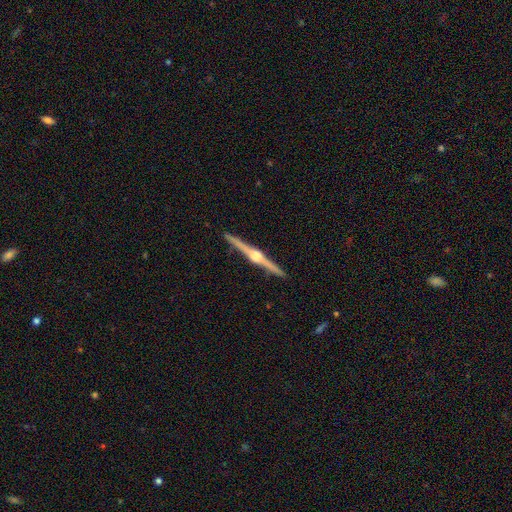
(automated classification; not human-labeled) Q: Smooth or featured?
A: featured or disk (89%); runner-up: smooth (7%)
Q: Edge-on disk?
A: yes (99%); runner-up: no (1%)
Q: Edge-on bulge?
A: rounded (93%); runner-up: boxy (5%)
Q: Merging?
A: none (93%); runner-up: minor disturbance (5%)